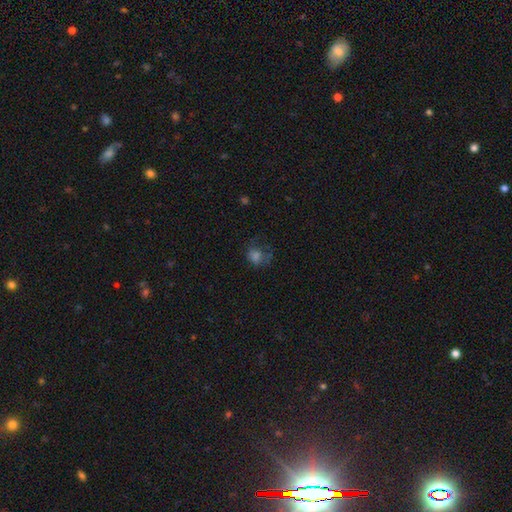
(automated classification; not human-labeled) smooth-or-featured: smooth: 65% | star or artifact: 19% | featured or disk: 16%
  how-rounded: round: 61% | in between: 38% | cigar-shaped: 1%
  merging: none: 45% | major disturbance: 28% | minor disturbance: 24% | merger: 3%